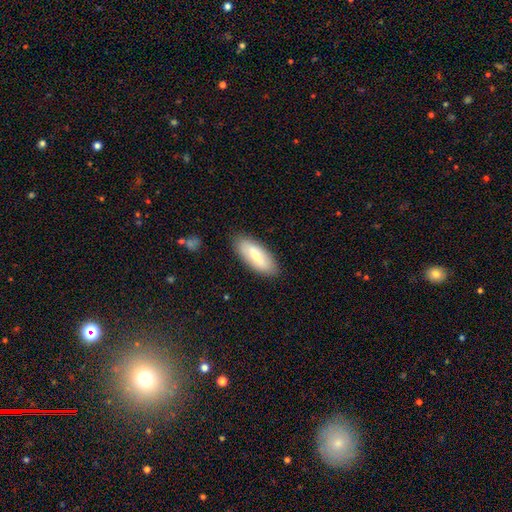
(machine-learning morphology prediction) Smooth or featured: smooth — 66% (featured or disk — 28%)
How rounded: in between — 74% (cigar-shaped — 24%)
Merging: none — 86% (minor disturbance — 10%)